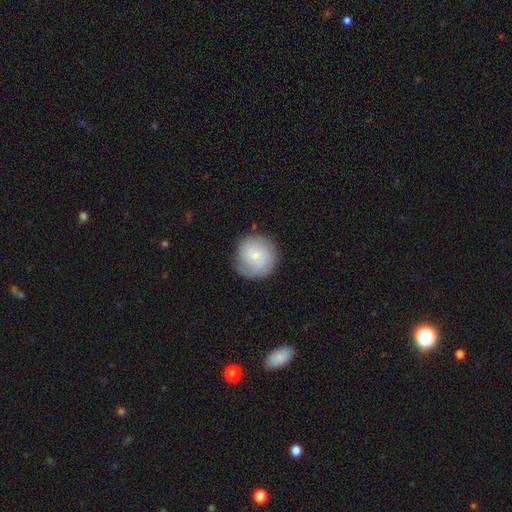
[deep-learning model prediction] This is possibly a smooth galaxy (49%). Merging: likely none (79%).